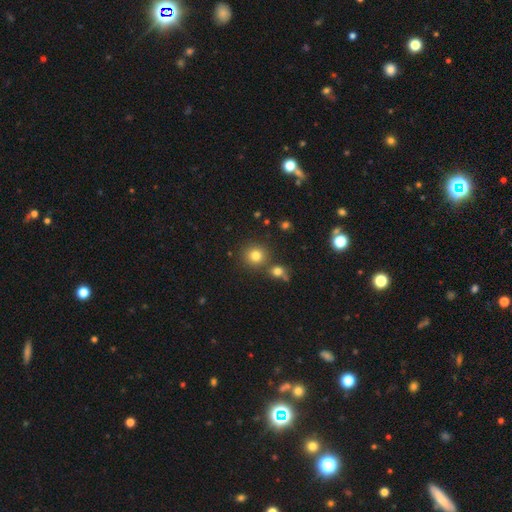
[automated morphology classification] Smooth or featured? smooth (79%)
How rounded? round (90%)
Merging? none (75%)